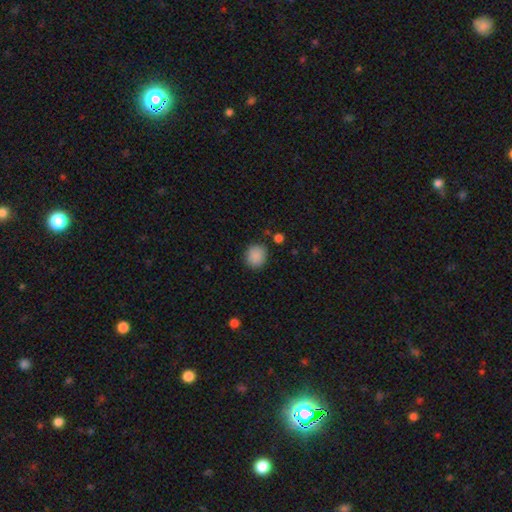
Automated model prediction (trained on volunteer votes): A smooth galaxy with no disk features (89%) that is round (82%).

Vote fractions:
- Smooth or featured? smooth: 89% / star or artifact: 9% / featured or disk: 3%
- How rounded? round: 82% / in between: 17% / cigar-shaped: 1%
- Merging? none: 85% / minor disturbance: 10% / major disturbance: 3% / merger: 2%